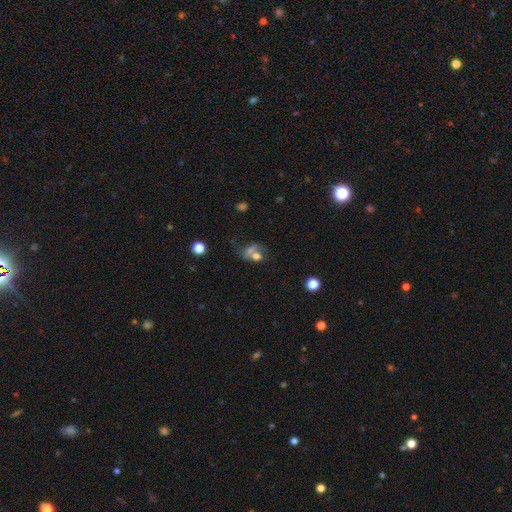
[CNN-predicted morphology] smooth 56%, featured or disk 26%, star or artifact 18%. Down the decision tree: how rounded — in between (53%); merging — merger (49%).